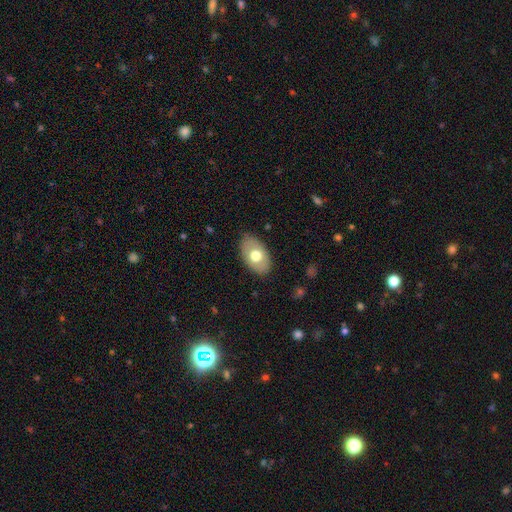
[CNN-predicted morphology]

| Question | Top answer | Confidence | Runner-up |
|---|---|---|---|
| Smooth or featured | smooth | 65% | featured or disk (29%) |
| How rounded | in between | 91% | round (8%) |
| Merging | none | 82% | minor disturbance (14%) |